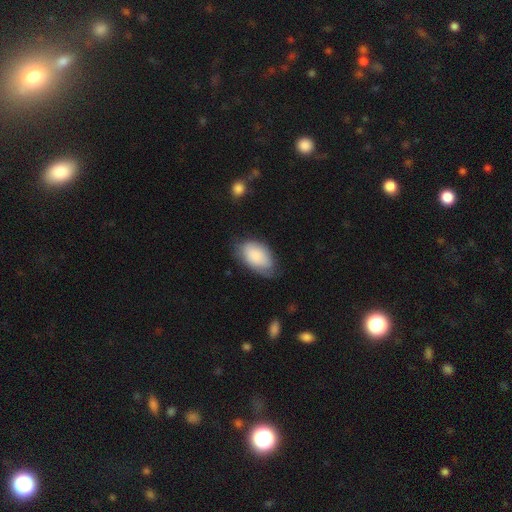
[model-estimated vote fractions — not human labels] The model was most divided on "merging": none: 59%, minor disturbance: 30%, major disturbance: 9%, merger: 2%. More confident: how rounded — in between (94%); smooth or featured — smooth (81%).